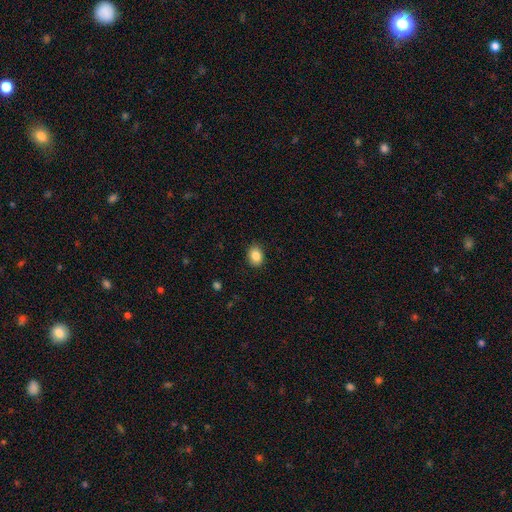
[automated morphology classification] Smooth or featured?
  - smooth: 87% *
  - star or artifact: 9%
  - featured or disk: 4%
How rounded?
  - in between: 62% *
  - round: 37%
  - cigar-shaped: 1%
Merging?
  - none: 88% *
  - minor disturbance: 9%
  - major disturbance: 2%
  - merger: 1%